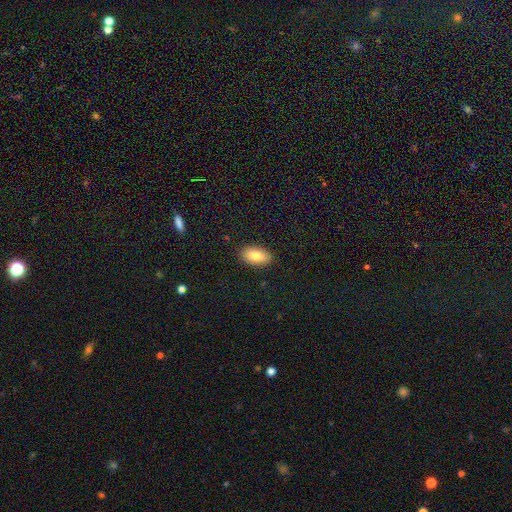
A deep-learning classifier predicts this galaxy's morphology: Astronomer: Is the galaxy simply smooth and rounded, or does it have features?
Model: smooth — 80%.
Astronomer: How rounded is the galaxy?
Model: in between — 92%.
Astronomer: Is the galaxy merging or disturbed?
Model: none — 88%.